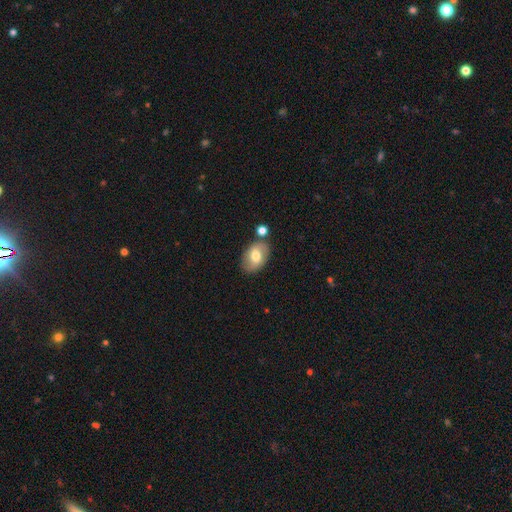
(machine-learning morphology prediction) A smooth galaxy with no disk features (59%) that is in between round and cigar-shaped (85%). Merging: none (73%).